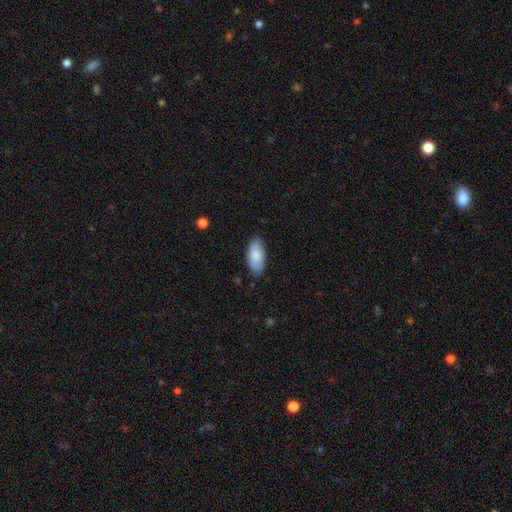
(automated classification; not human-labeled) smooth-or-featured: smooth: 88% | featured or disk: 7% | star or artifact: 6%
  how-rounded: in between: 91% | cigar-shaped: 7% | round: 2%
  merging: none: 84% | minor disturbance: 13% | major disturbance: 2% | merger: 1%